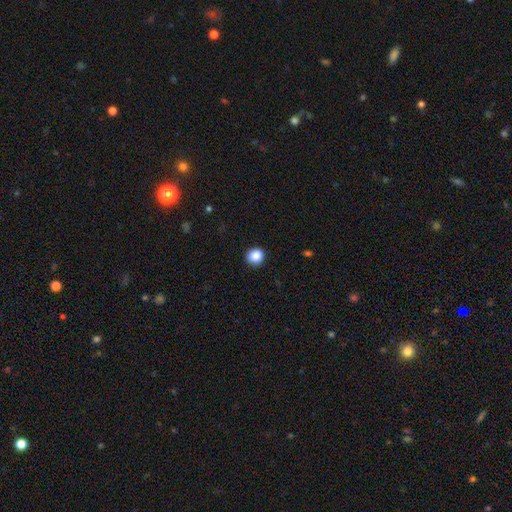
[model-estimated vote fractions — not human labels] This is clearly a smooth galaxy (87%). How rounded: clearly round (92%). Merging: clearly none (91%).